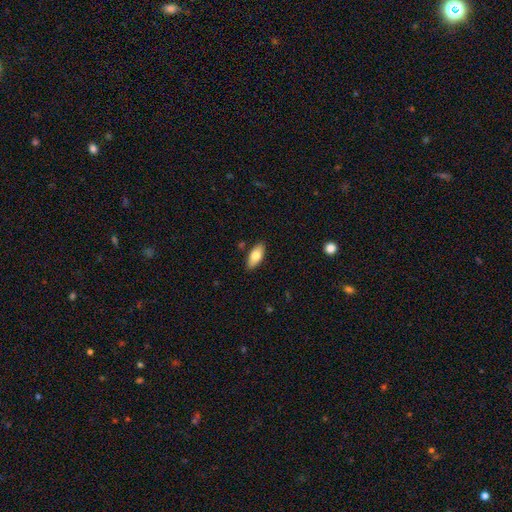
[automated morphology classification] Q: Smooth or featured?
A: smooth (76%); runner-up: featured or disk (17%)
Q: How rounded?
A: in between (86%); runner-up: cigar-shaped (12%)
Q: Merging?
A: none (85%); runner-up: minor disturbance (11%)